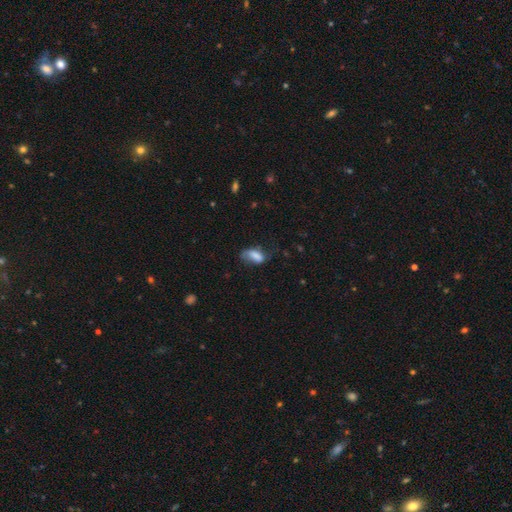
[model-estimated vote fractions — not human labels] Smooth or featured? Predicted: smooth (p=0.71). How rounded? Predicted: in between (p=0.86). Merging? Predicted: none (p=0.38).